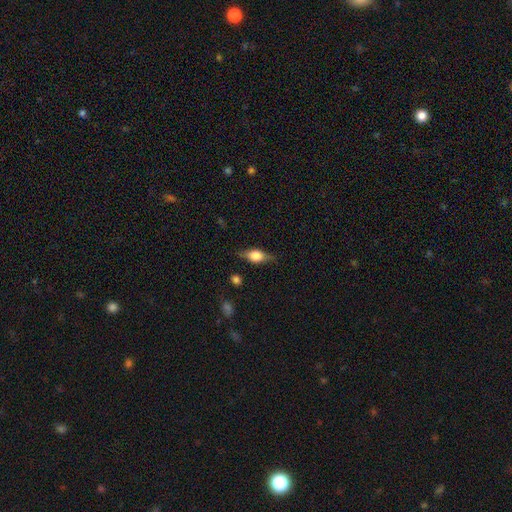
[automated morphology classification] Q: Smooth or featured?
A: smooth (47%); runner-up: featured or disk (45%)
Q: Merging?
A: none (78%); runner-up: minor disturbance (16%)